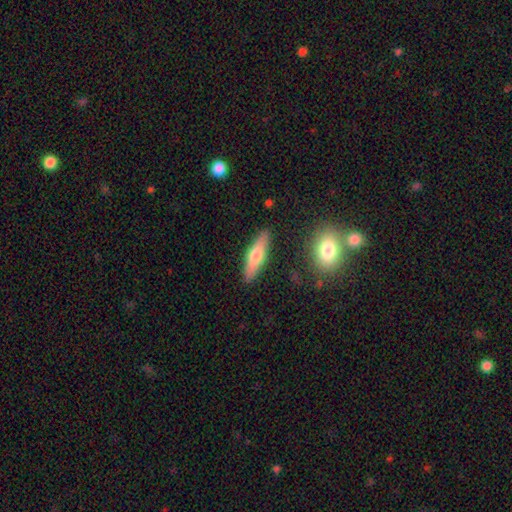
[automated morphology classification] Smooth or featured?
  - smooth: 56% *
  - featured or disk: 39%
  - star or artifact: 6%
How rounded?
  - cigar-shaped: 67% *
  - in between: 31%
  - round: 2%
Merging?
  - none: 88% *
  - minor disturbance: 9%
  - merger: 2%
  - major disturbance: 2%